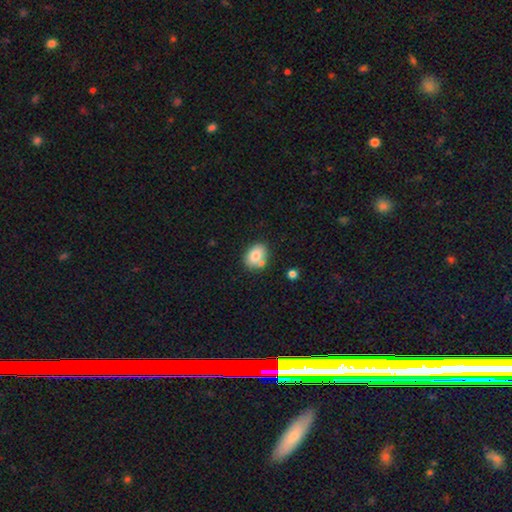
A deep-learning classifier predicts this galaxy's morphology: This appears to be a smooth galaxy with no disk features (78%) that is in between round and cigar-shaped (66%). Merging: none (64%).